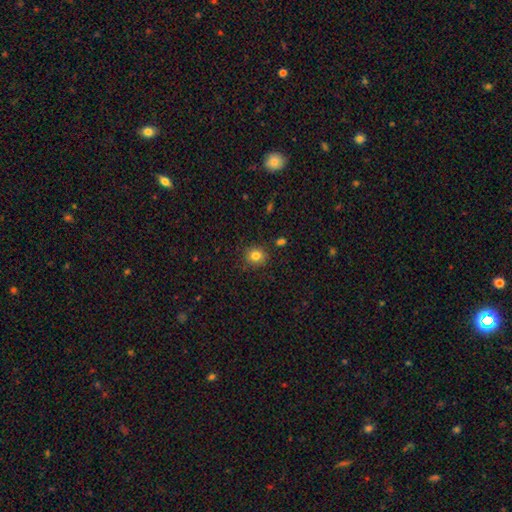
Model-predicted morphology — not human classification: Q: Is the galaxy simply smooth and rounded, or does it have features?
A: smooth — 82%.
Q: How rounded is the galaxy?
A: round — 85%.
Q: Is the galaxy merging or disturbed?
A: none — 87%.